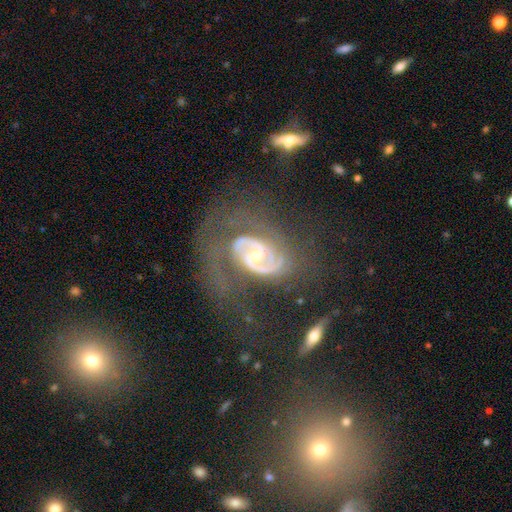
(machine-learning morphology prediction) The model was most divided on "spiral winding": tight: 46%, medium: 41%, loose: 13%. Remaining: edge-on disk — no (97%); spiral arms — yes (95%); smooth or featured — featured or disk (89%); spiral arm count — 2 (69%); bulge size — small (57%); bar — no (49%); merging — none (43%).